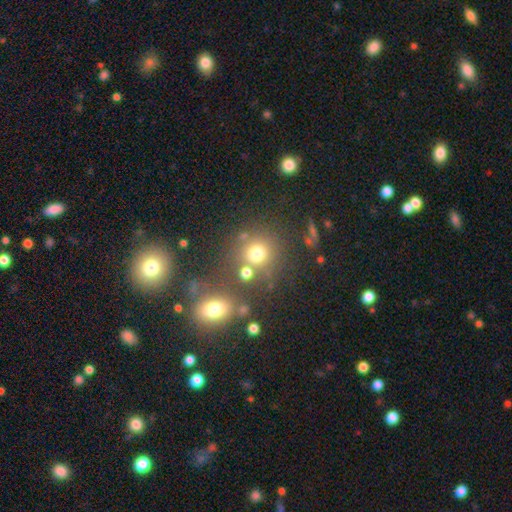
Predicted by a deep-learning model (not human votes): This appears to be a smooth galaxy with no disk features (71%) that is round (88%). Merging: none (65%).